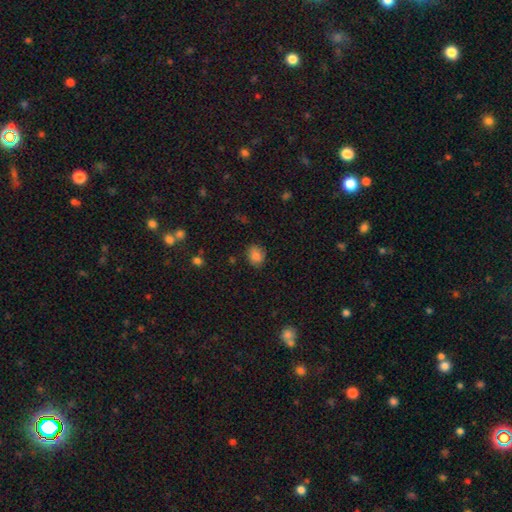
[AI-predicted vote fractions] A smooth galaxy with no disk features (84%) that is round (64%).

Vote fractions:
- Smooth or featured? smooth: 84% / star or artifact: 10% / featured or disk: 6%
- How rounded? round: 64% / in between: 35% / cigar-shaped: 1%
- Merging? none: 81% / minor disturbance: 14% / major disturbance: 3% / merger: 1%